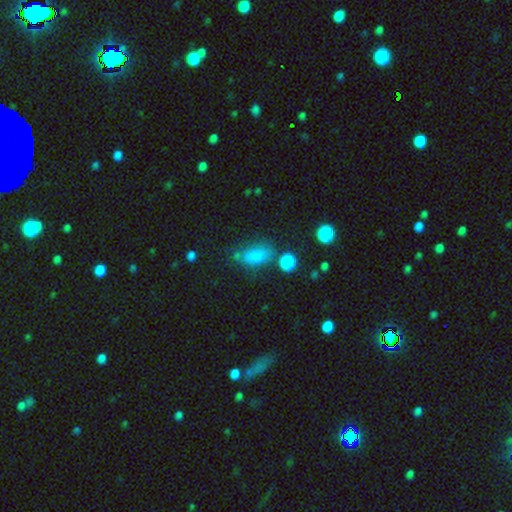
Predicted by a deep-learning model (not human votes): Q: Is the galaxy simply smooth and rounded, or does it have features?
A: smooth — 77%.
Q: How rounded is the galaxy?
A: in between — 85%.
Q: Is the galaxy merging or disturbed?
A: none — 56%.